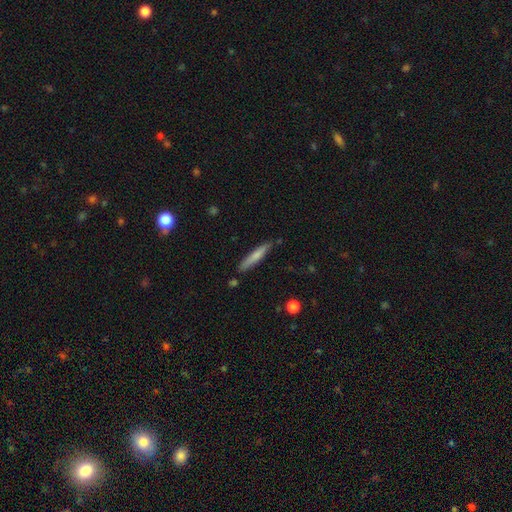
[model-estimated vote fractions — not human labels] Smooth or featured? smooth (69%)
How rounded? cigar-shaped (93%)
Merging? none (82%)